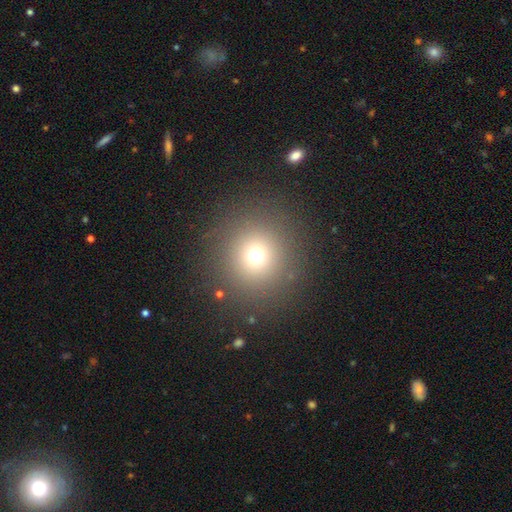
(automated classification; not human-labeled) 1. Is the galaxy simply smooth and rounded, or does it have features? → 70% smooth, 20% star or artifact, 10% featured or disk.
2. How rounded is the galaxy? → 94% round, 5% in between, 1% cigar-shaped.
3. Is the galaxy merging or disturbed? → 89% none, 6% minor disturbance, 4% major disturbance, 2% merger.